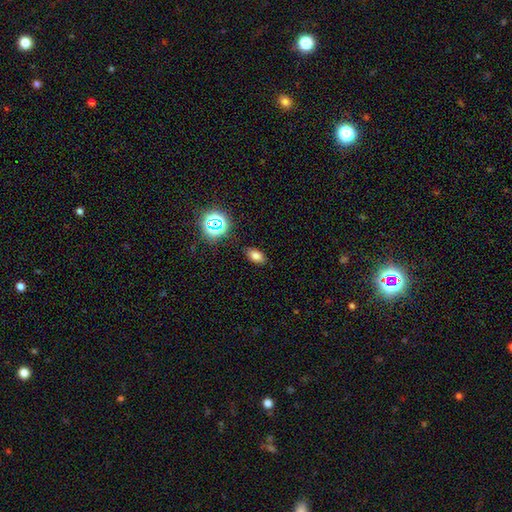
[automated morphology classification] type=smooth (74%); roundness=in between (87%); merging=none (85%).